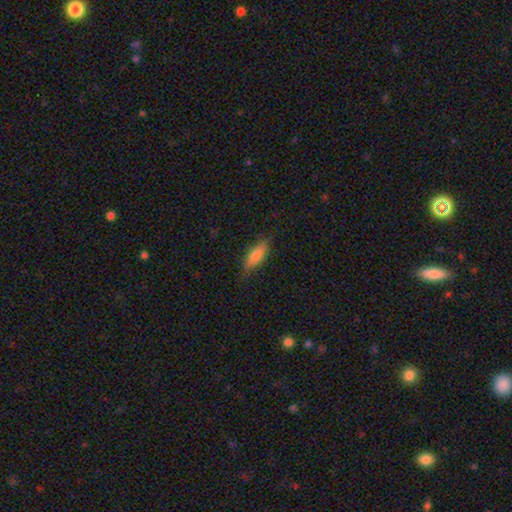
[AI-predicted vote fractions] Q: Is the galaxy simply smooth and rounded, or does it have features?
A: smooth — 72%.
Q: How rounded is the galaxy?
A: in between — 58%.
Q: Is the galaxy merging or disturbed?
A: none — 78%.